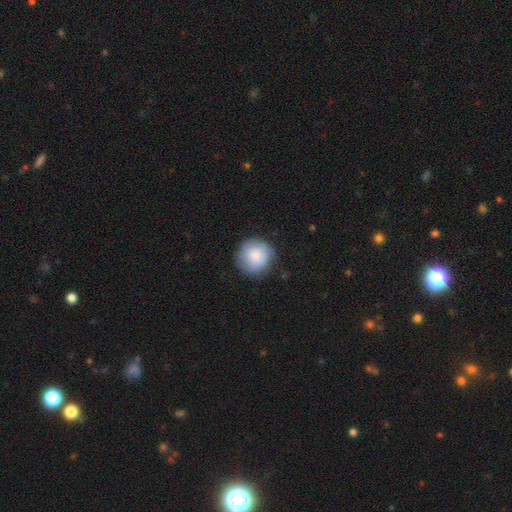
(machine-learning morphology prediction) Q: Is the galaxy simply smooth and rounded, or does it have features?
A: smooth — 83%.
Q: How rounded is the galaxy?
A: round — 93%.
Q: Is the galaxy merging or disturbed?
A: none — 81%.